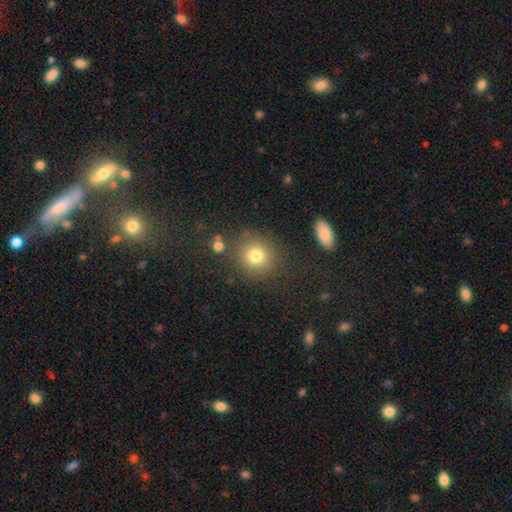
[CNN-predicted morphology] smooth 78%, star or artifact 13%, featured or disk 8%. Down the decision tree: how rounded — round (89%); merging — none (82%).